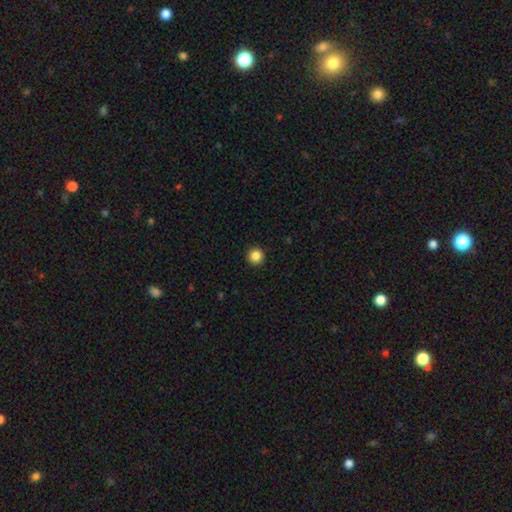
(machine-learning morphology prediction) Smooth or featured? smooth (86%)
How rounded? round (96%)
Merging? none (93%)